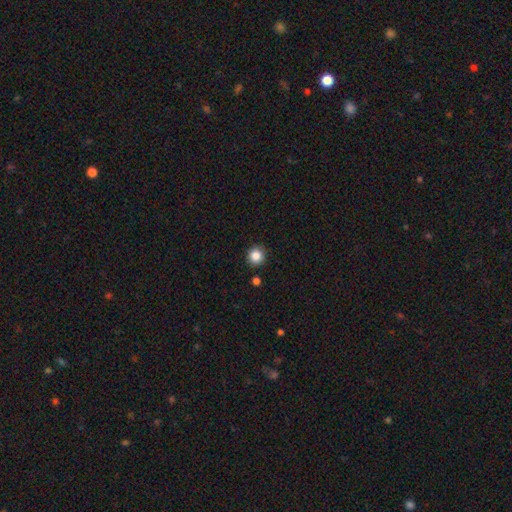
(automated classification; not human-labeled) A smooth galaxy with no disk features (85%) that is round (93%).

Vote fractions:
- Smooth or featured? smooth: 85% / star or artifact: 11% / featured or disk: 4%
- How rounded? round: 93% / in between: 6% / cigar-shaped: 1%
- Merging? none: 90% / minor disturbance: 6% / merger: 2% / major disturbance: 2%